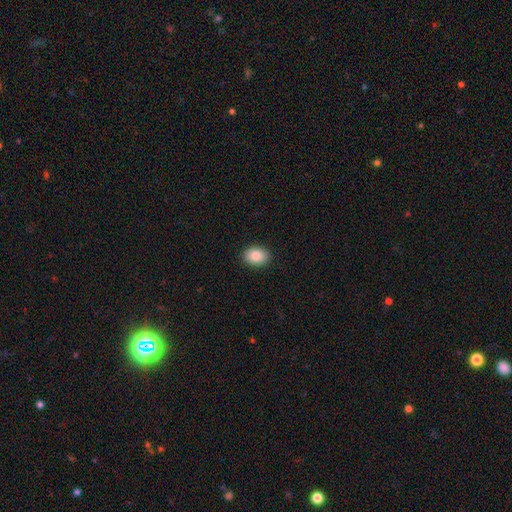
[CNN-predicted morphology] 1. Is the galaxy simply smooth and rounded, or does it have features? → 86% smooth, 8% star or artifact, 6% featured or disk.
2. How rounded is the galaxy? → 69% in between, 30% round, 1% cigar-shaped.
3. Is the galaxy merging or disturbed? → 91% none, 6% minor disturbance, 2% major disturbance, 1% merger.